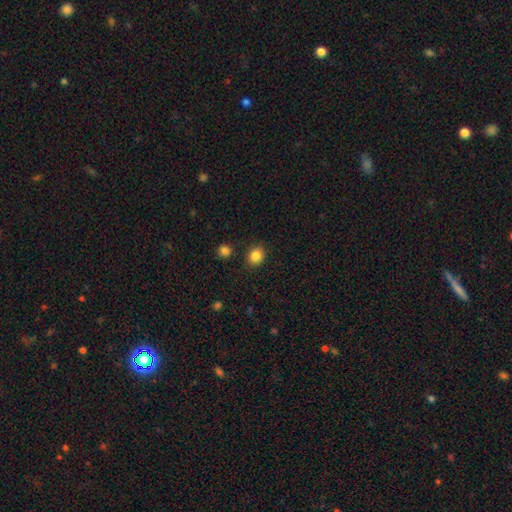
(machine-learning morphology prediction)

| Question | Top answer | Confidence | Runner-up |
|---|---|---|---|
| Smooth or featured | smooth | 86% | star or artifact (10%) |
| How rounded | round | 64% | in between (35%) |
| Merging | none | 87% | minor disturbance (8%) |